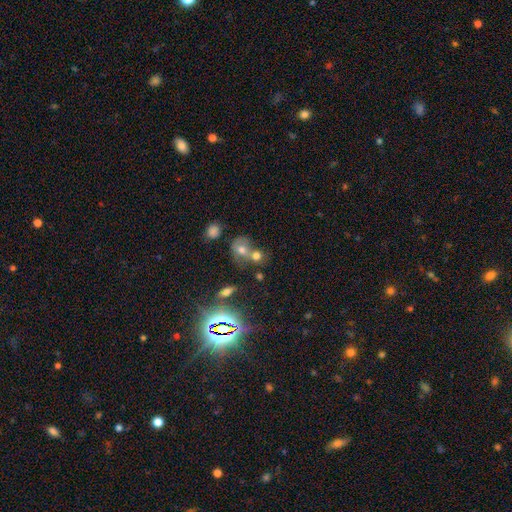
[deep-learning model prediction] Smooth or featured? smooth (64%)
How rounded? round (61%)
Merging? merger (56%)